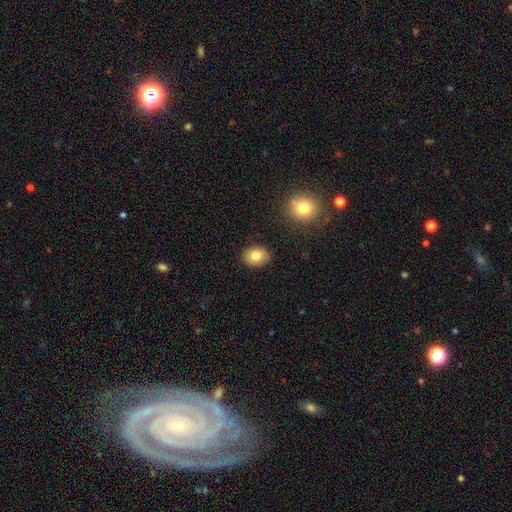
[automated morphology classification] smooth_or_featured: smooth (p=0.80) [alt: featured or disk p=0.11]
how_rounded: in between (p=0.58) [alt: round p=0.41]
merging: none (p=0.89) [alt: minor disturbance p=0.08]